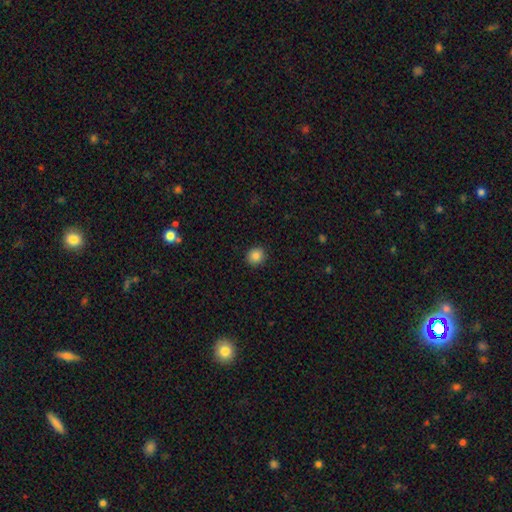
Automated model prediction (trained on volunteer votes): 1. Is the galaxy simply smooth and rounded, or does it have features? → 85% smooth, 10% star or artifact, 5% featured or disk.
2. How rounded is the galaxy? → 86% round, 13% in between, 1% cigar-shaped.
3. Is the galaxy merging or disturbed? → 91% none, 6% minor disturbance, 2% major disturbance, 1% merger.